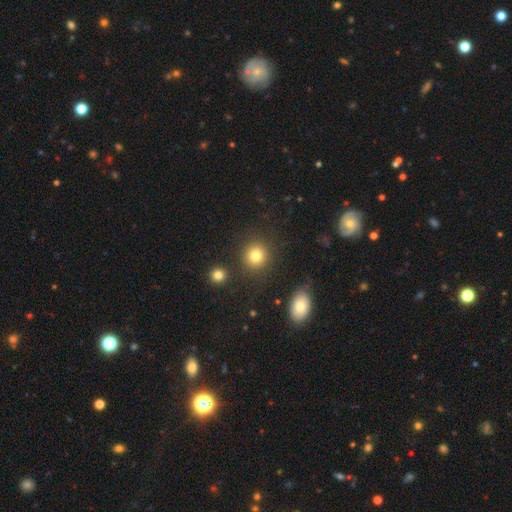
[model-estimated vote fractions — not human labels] Smooth or featured? Predicted: smooth (p=0.82). How rounded? Predicted: round (p=0.88). Merging? Predicted: none (p=0.86).